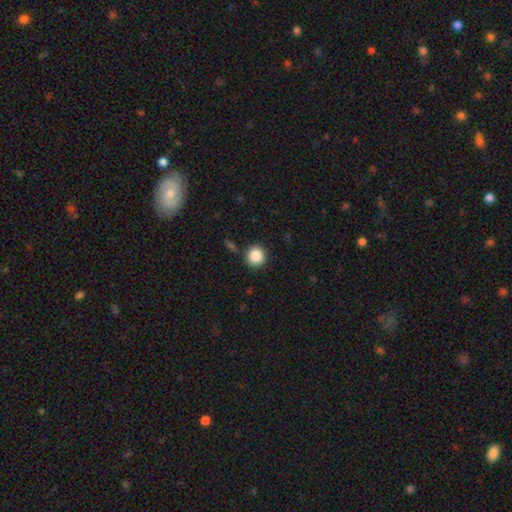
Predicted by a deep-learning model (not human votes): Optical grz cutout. It shows a smooth galaxy with no disk features (87%) that is round (93%). Merging: none (87%).